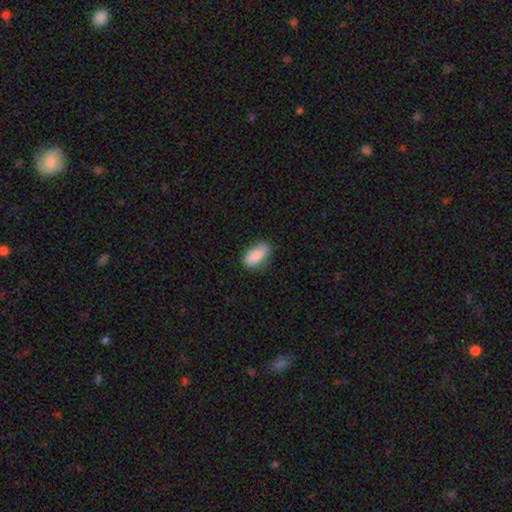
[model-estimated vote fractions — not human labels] This is clearly a smooth galaxy (85%). How rounded: clearly in between (92%). Merging: likely none (73%).